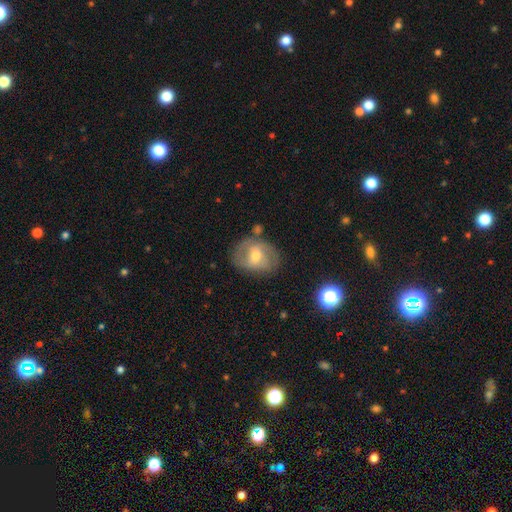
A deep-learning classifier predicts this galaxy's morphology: smooth_or_featured: featured or disk (p=0.54) [alt: smooth p=0.38]
disk_edge_on: no (p=0.95) [alt: yes p=0.05]
bar: weak (p=0.46) [alt: no p=0.34]
has_spiral_arms: yes (p=0.64) [alt: no p=0.36]
bulge_size: moderate (p=0.62) [alt: small p=0.32]
merging: none (p=0.67) [alt: minor disturbance p=0.20]